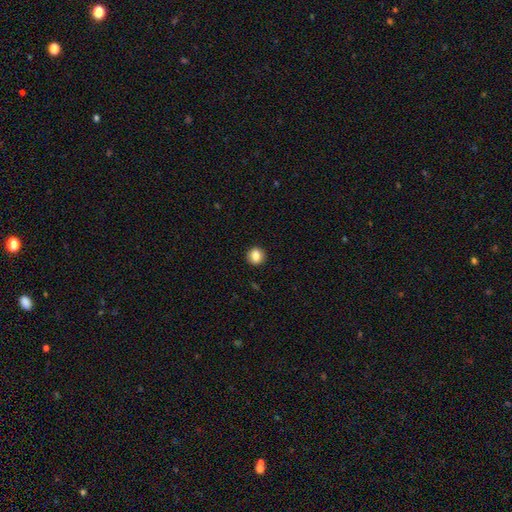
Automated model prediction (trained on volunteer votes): This is clearly a smooth galaxy (84%). How rounded: clearly round (88%). Merging: clearly none (92%).